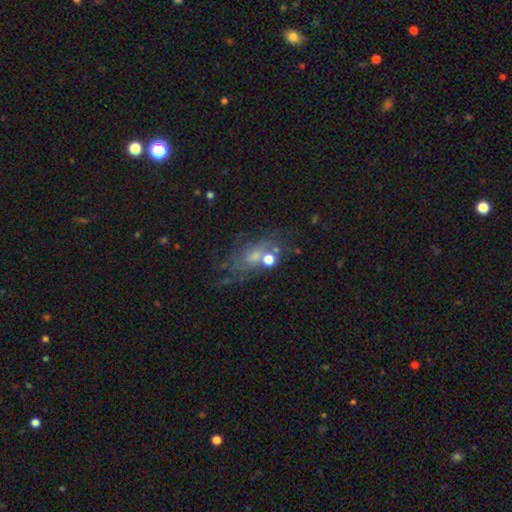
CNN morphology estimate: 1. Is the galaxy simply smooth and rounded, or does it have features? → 54% featured or disk, 27% smooth, 20% star or artifact.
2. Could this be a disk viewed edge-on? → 92% no, 8% yes.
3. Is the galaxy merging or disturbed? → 52% none, 19% minor disturbance, 17% major disturbance, 11% merger.